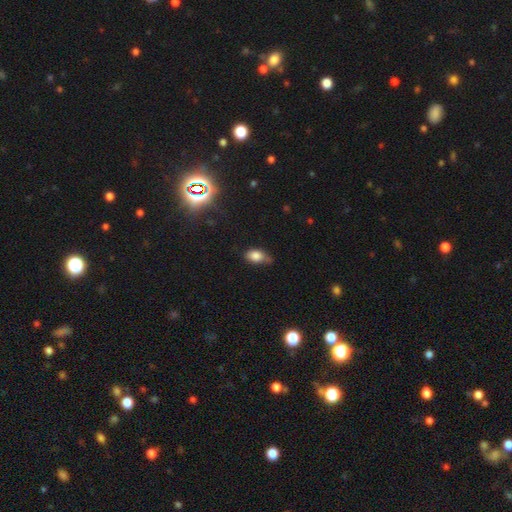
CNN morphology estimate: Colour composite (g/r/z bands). It shows a smooth galaxy with no disk features (81%) that is in between round and cigar-shaped (87%). Merging: none (52%).